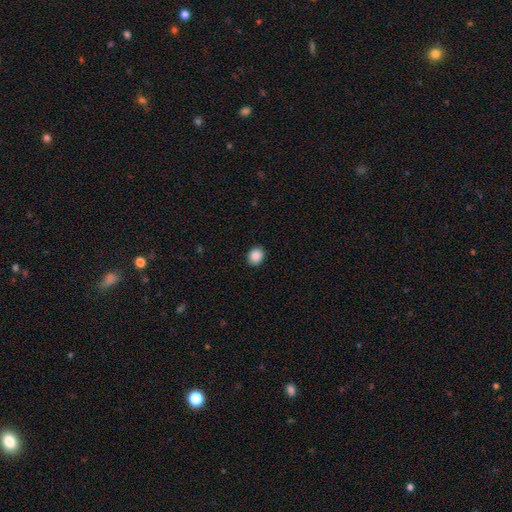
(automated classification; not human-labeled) Overall: smooth (89%). How rounded: round (63%; in between 36%). Merging: none (90%).